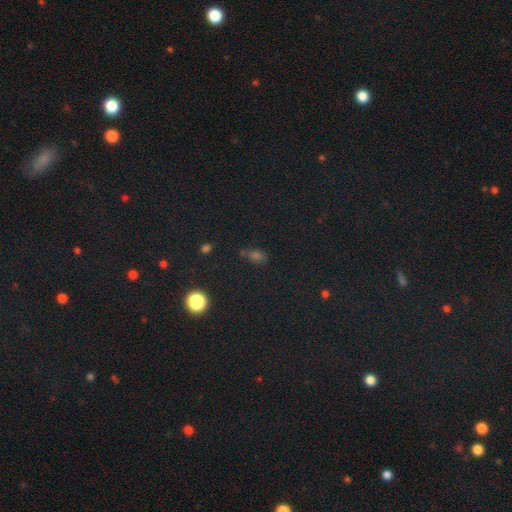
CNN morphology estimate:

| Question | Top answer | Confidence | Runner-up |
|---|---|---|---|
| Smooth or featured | star or artifact | 56% | smooth (34%) |